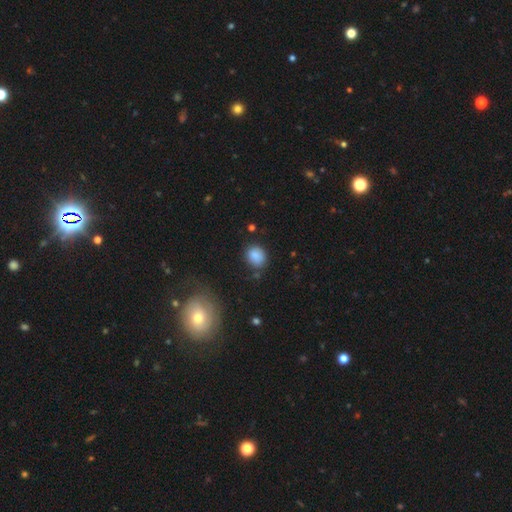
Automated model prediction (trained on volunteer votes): Smooth or featured? Predicted: smooth (p=0.85). How rounded? Predicted: round (p=0.66). Merging? Predicted: none (p=0.77).